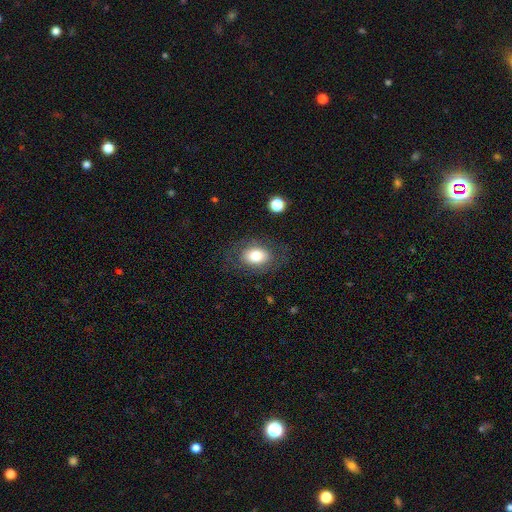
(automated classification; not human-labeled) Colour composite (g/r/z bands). It shows a smooth galaxy with no disk features (75%) that is in between round and cigar-shaped (71%). Merging: none (76%).